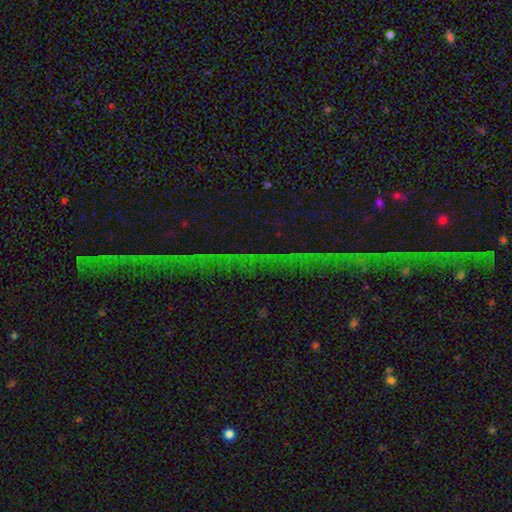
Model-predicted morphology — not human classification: Smooth or featured?
  - star or artifact: 76% *
  - featured or disk: 15%
  - smooth: 10%